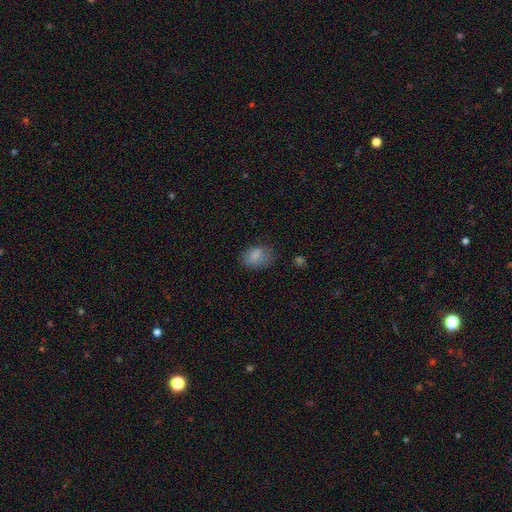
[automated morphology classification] Smooth or featured: smooth — 81% (star or artifact — 10%)
How rounded: in between — 80% (round — 19%)
Merging: none — 60% (minor disturbance — 27%)